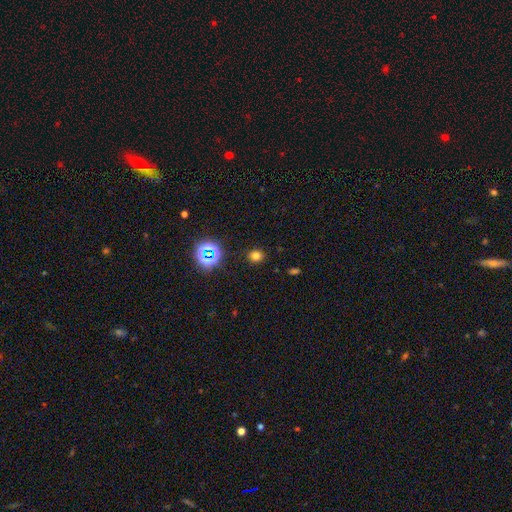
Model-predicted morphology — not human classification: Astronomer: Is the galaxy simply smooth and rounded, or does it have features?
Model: smooth — 71%.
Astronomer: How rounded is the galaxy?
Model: round — 71%.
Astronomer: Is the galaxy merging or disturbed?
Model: none — 88%.